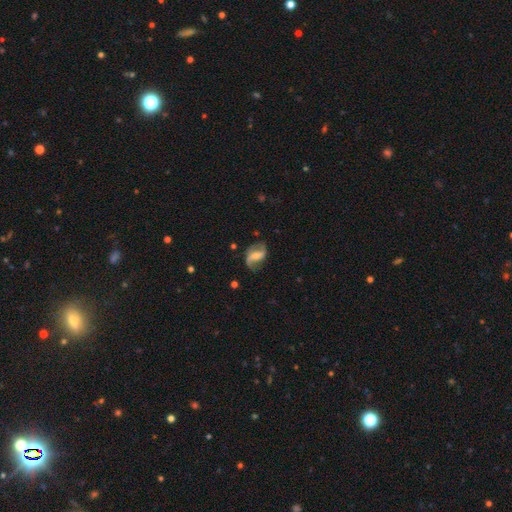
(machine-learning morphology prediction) This is clearly a featured or disk galaxy (80%). It is clearly not viewed edge-on (97%). Bar: marginally weak (42%). Spiral arm pattern: clearly yes (94%). Spiral arm count: clearly 2 (87%). Spiral winding: possibly loose (51%). Central bulge: marginally small (39%). Merging: likely none (67%).